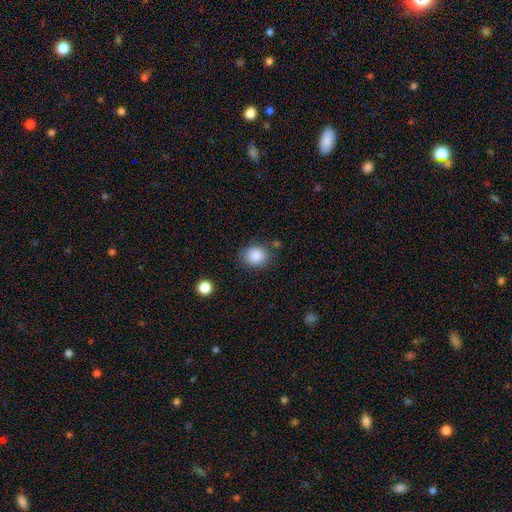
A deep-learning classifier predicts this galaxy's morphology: smooth_or_featured: smooth (p=0.87) [alt: star or artifact p=0.09]
how_rounded: round (p=0.65) [alt: in between p=0.35]
merging: none (p=0.79) [alt: minor disturbance p=0.14]